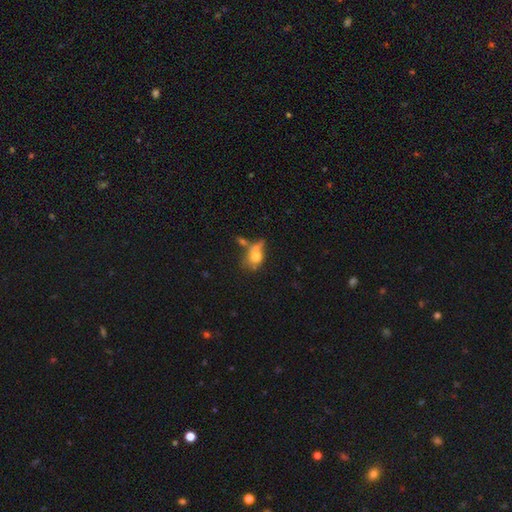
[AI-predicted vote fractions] Smooth or featured? smooth (67%)
How rounded? in between (53%)
Merging? merger (39%)